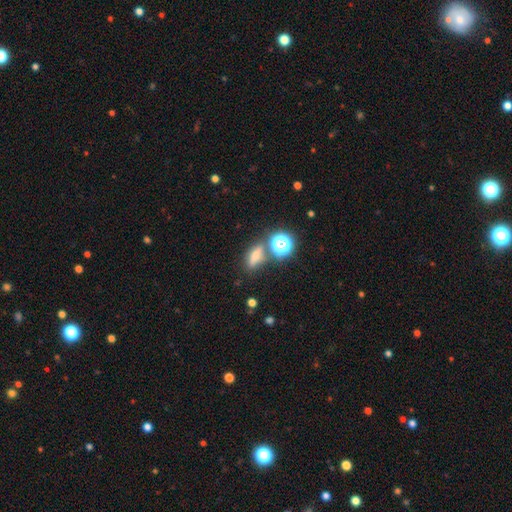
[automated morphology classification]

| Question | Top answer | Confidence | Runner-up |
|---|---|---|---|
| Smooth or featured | smooth | 64% | star or artifact (21%) |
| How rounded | in between | 49% | cigar-shaped (26%) |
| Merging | none | 63% | merger (15%) |